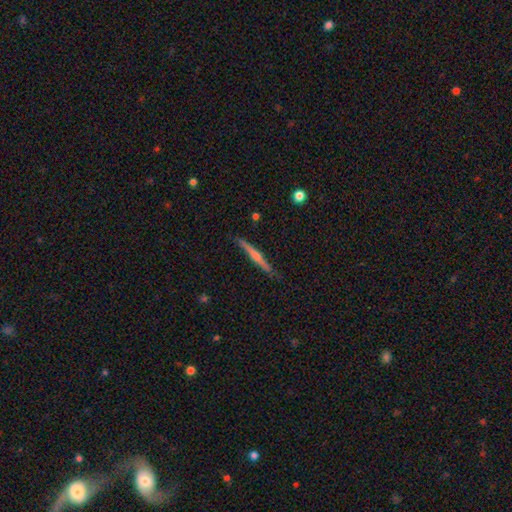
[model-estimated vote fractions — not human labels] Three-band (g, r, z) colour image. It shows a featured or disk galaxy (58%) viewed edge-on (97%) with a rounded central bulge (56%). Merging: none (87%).